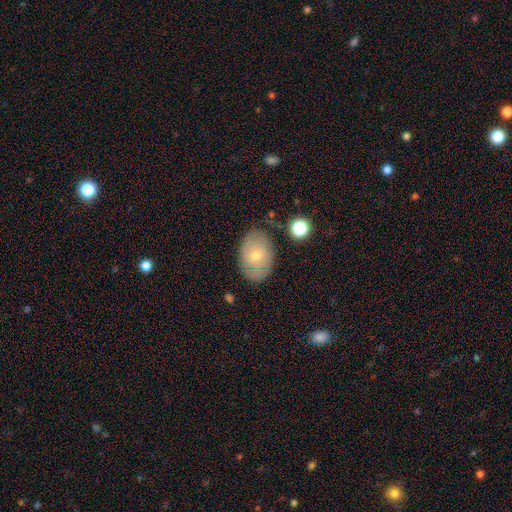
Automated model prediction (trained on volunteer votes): Morphology: type=smooth (52%); roundness=in between (80%); merging=none (75%).